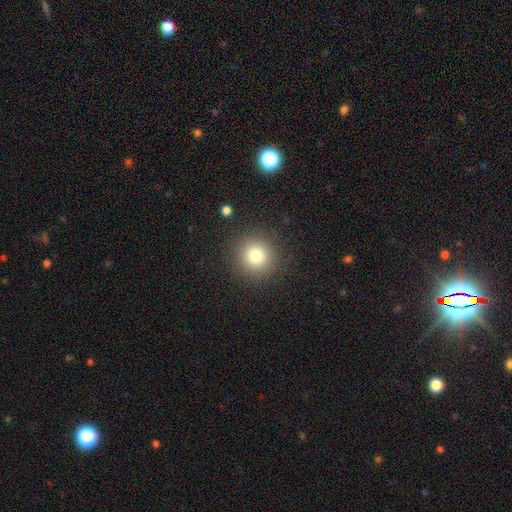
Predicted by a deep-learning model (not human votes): This appears to be a smooth galaxy with no disk features (78%) that is round (94%). Merging: none (89%).